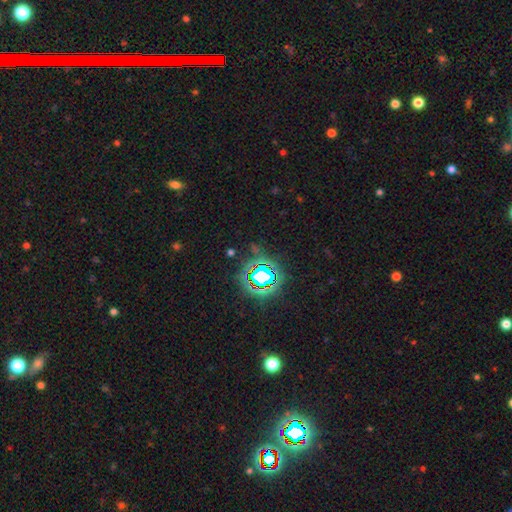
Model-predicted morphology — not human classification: Overall: star or artifact (82%).